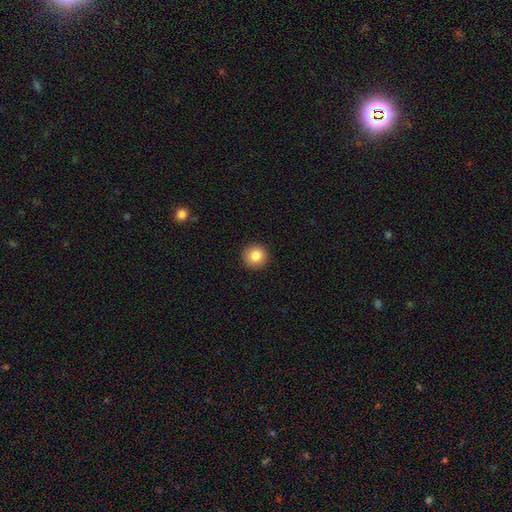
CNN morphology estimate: Q: Smooth or featured?
A: smooth (84%); runner-up: star or artifact (9%)
Q: How rounded?
A: round (95%); runner-up: in between (4%)
Q: Merging?
A: none (92%); runner-up: minor disturbance (5%)